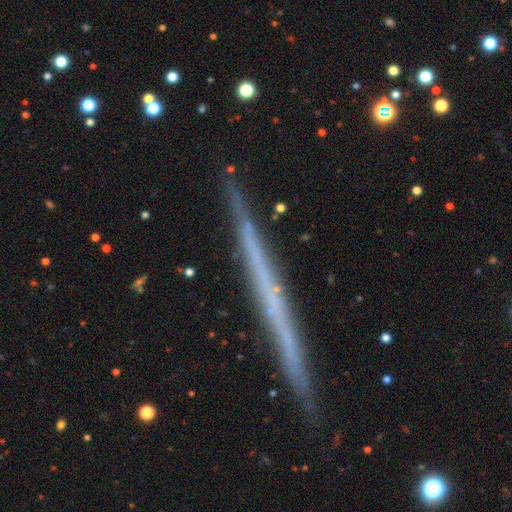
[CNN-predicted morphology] Smooth or featured? featured or disk (66%)
Edge-on disk? yes (98%)
Edge-on bulge? none (93%)
Merging? none (91%)